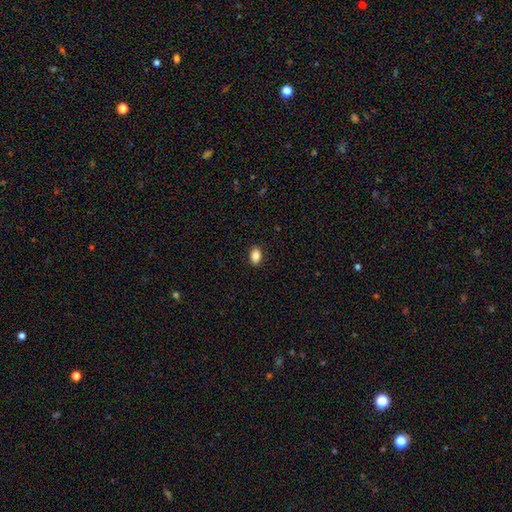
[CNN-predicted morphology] Overall: smooth (86%). How rounded: in between (86%). Merging: none (89%).